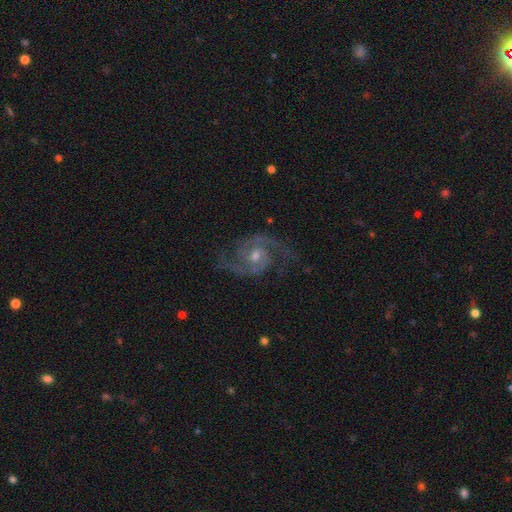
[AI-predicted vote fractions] The model was most divided on "bulge size": moderate: 55%, small: 39%, large: 3%, none: 2%, dominant: 1%. More confident: spiral arms — yes (98%); edge-on disk — no (98%); smooth or featured — featured or disk (91%); spiral arm count — 2 (89%); merging — none (77%); spiral winding — medium (59%); bar — no (56%).